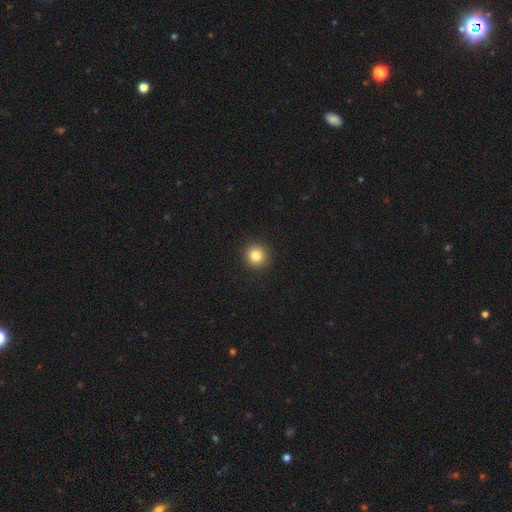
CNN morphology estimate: A smooth galaxy with no disk features (83%) that is round (94%).

Vote fractions:
- Smooth or featured? smooth: 83% / star or artifact: 11% / featured or disk: 6%
- How rounded? round: 94% / in between: 5% / cigar-shaped: 1%
- Merging? none: 92% / minor disturbance: 5% / major disturbance: 2% / merger: 1%